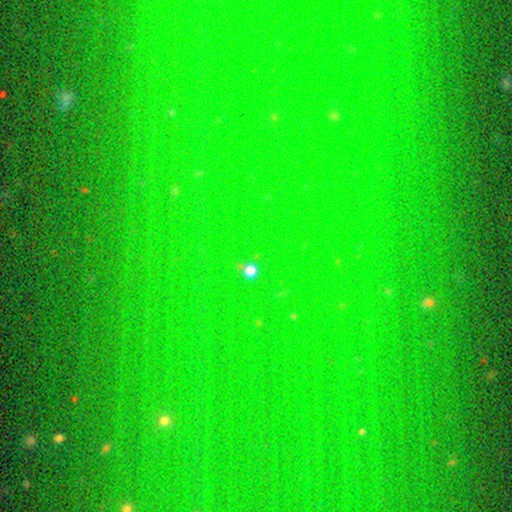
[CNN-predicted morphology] Smooth or featured? Predicted: star or artifact (p=0.79).